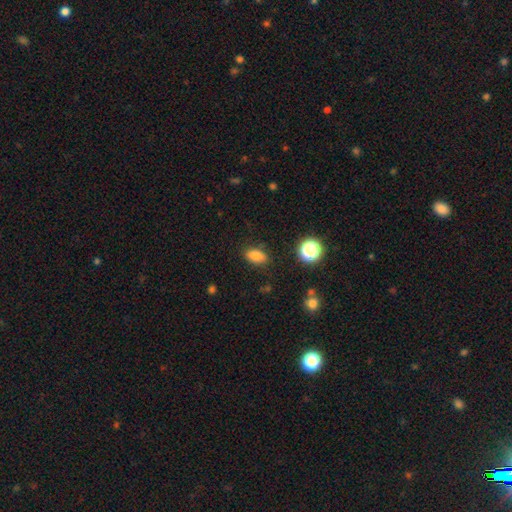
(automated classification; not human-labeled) Smooth or featured? Predicted: smooth (p=0.82). How rounded? Predicted: in between (p=0.85). Merging? Predicted: none (p=0.85).